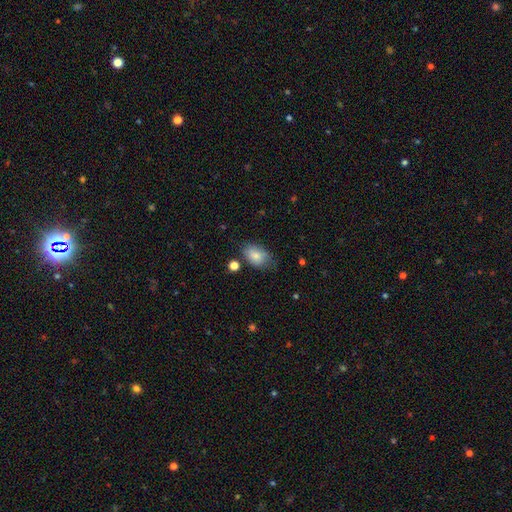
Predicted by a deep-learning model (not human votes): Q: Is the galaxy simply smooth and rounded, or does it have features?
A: smooth — 82%.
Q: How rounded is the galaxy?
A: in between — 87%.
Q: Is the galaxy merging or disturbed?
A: none — 64%.